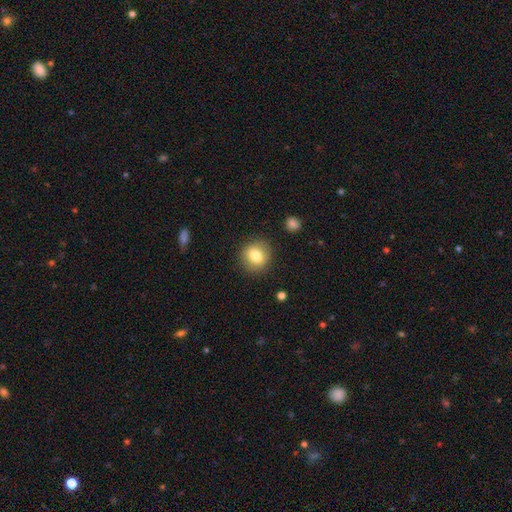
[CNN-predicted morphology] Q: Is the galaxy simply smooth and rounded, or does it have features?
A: smooth — 78%.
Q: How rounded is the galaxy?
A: round — 84%.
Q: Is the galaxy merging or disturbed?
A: none — 88%.